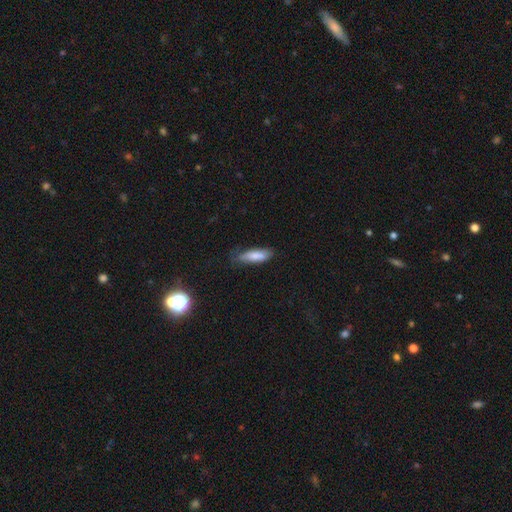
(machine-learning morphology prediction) Smooth or featured: smooth — 80% (featured or disk — 13%)
How rounded: cigar-shaped — 54% (in between — 44%)
Merging: none — 63% (minor disturbance — 28%)